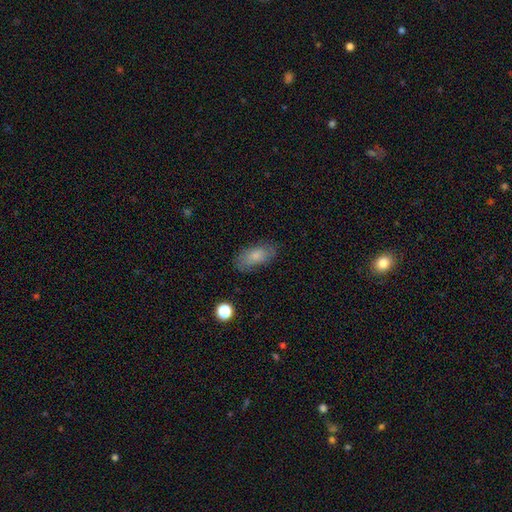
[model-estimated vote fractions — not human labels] Smooth or featured? smooth (77%)
How rounded? in between (87%)
Merging? none (76%)